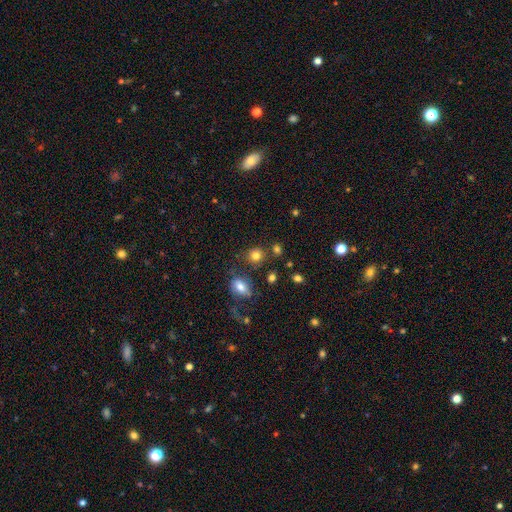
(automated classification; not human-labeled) smooth_or_featured: smooth (p=0.81) [alt: star or artifact p=0.12]
how_rounded: round (p=0.83) [alt: in between p=0.16]
merging: none (p=0.76) [alt: minor disturbance p=0.11]